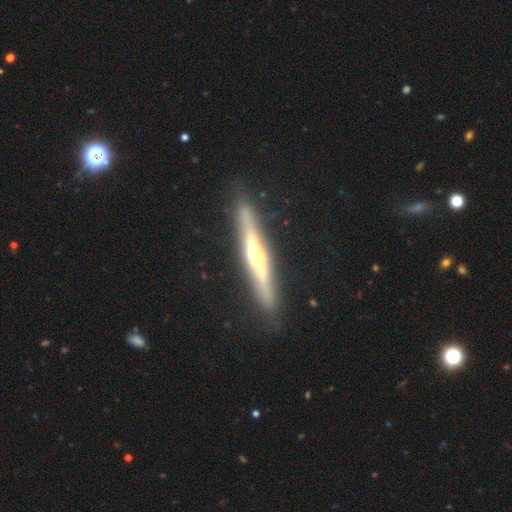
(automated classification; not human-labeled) Overall: featured or disk (74%). Edge-on disk: yes (95%). Edge-on bulge: rounded (56%; boxy 23%). Merging: none (87%).